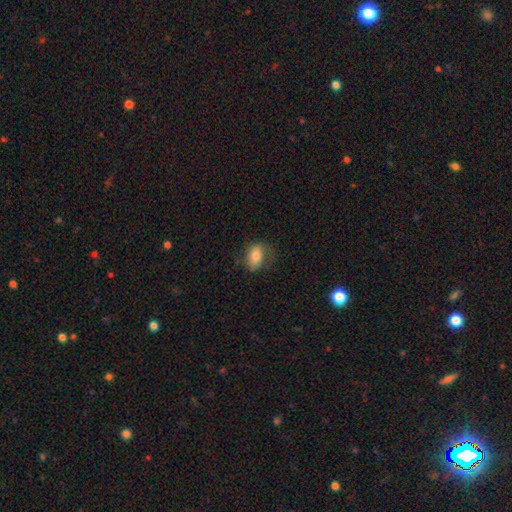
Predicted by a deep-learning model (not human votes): Q: Smooth or featured?
A: smooth (73%); runner-up: featured or disk (19%)
Q: How rounded?
A: in between (83%); runner-up: round (14%)
Q: Merging?
A: none (66%); runner-up: minor disturbance (23%)